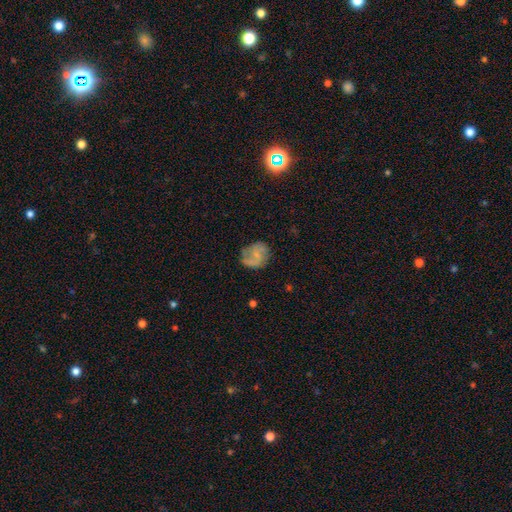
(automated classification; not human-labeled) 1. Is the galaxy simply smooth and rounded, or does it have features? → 48% featured or disk, 43% smooth, 9% star or artifact.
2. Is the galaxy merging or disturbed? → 57% none, 25% minor disturbance, 15% major disturbance, 2% merger.